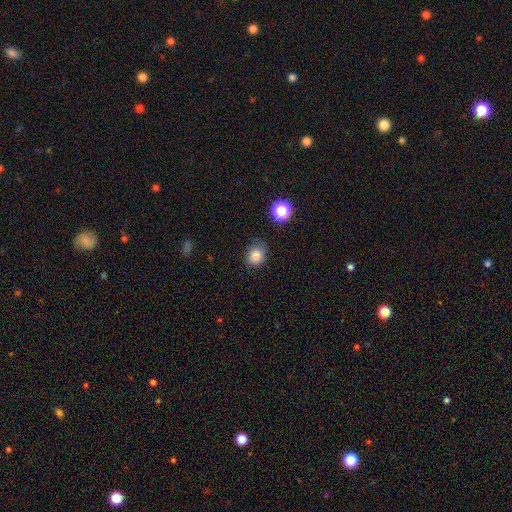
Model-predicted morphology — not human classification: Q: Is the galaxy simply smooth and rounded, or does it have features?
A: smooth — 82%.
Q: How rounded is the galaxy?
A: round — 67%.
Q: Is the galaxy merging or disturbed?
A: none — 76%.